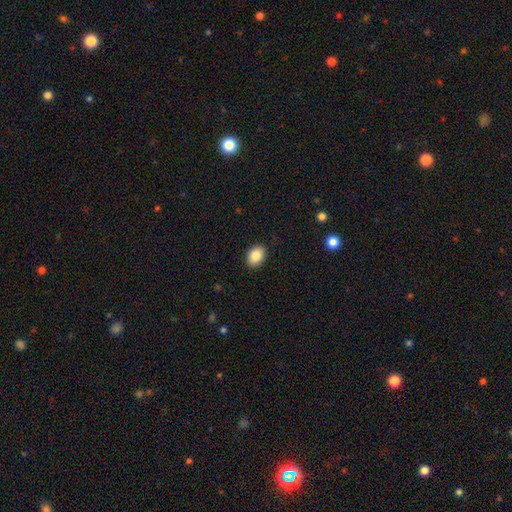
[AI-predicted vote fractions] This is clearly a smooth galaxy (86%). How rounded: likely in between (72%). Merging: clearly none (89%).